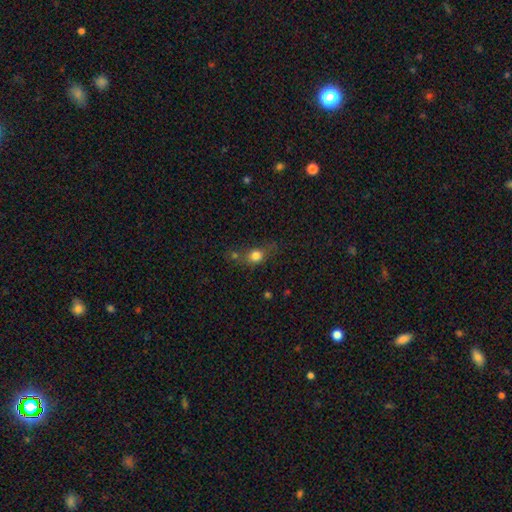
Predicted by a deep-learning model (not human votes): Morphology: type=smooth (74%); roundness=round (62%); merging=none (51%).